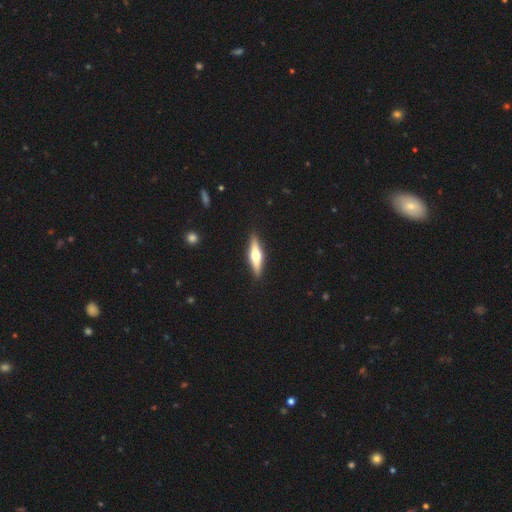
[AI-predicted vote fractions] This appears to be a featured or disk galaxy (62%) viewed edge-on (96%) with a rounded central bulge (94%). Merging: none (91%).